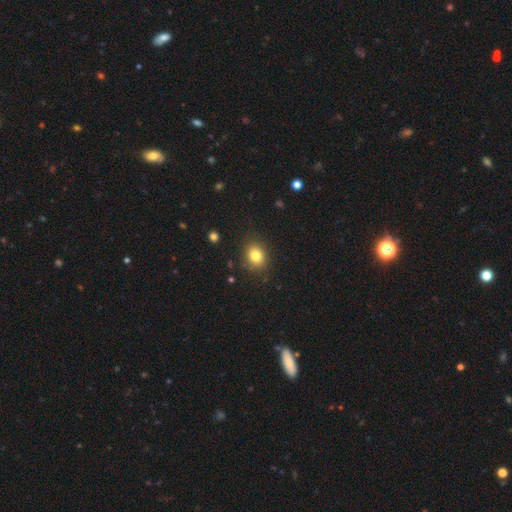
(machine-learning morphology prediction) smooth 81%, star or artifact 11%, featured or disk 8%. Down the decision tree: how rounded — round (55%); merging — none (86%).